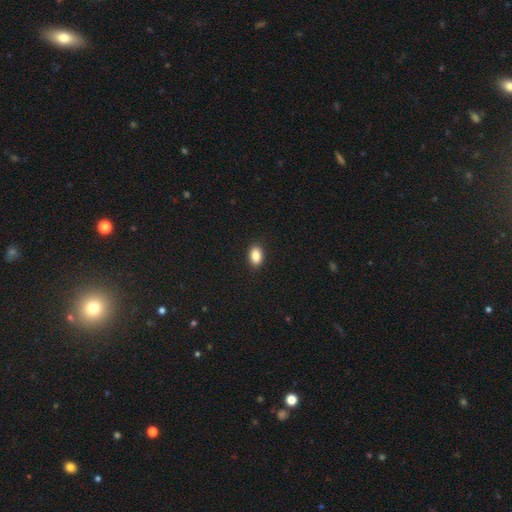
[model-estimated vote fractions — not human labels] Smooth or featured? smooth (87%)
How rounded? in between (87%)
Merging? none (90%)